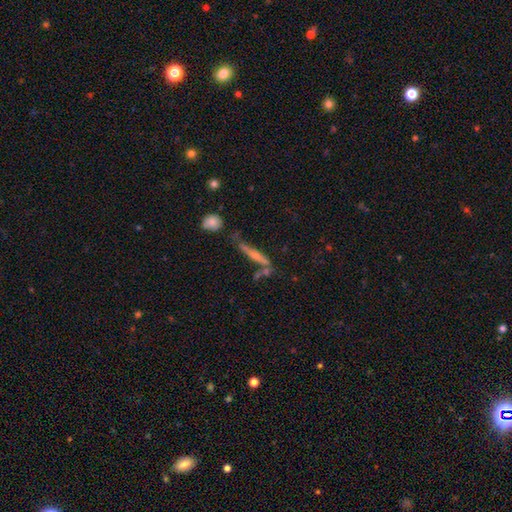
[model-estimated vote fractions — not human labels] smooth-or-featured: featured or disk: 52% | smooth: 39% | star or artifact: 9%
  disk-edge-on: yes: 91% | no: 9%
  merging: none: 61% | minor disturbance: 17% | merger: 16% | major disturbance: 6%